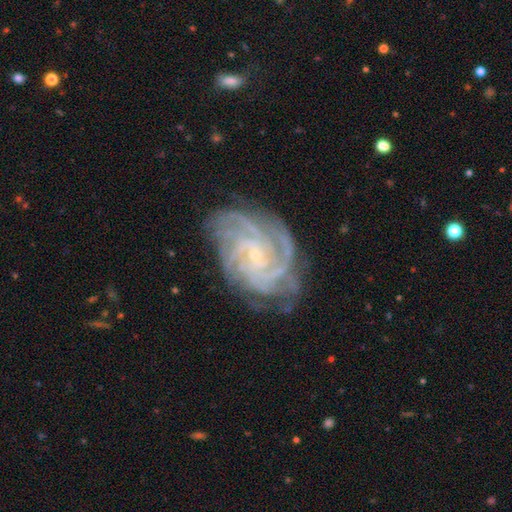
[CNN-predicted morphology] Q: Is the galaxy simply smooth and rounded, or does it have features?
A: featured or disk — 89%.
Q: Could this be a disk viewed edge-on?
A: no — 97%.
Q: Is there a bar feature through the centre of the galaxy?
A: no — 67%.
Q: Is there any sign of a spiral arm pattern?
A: yes — 98%.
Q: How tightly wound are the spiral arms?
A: tight — 70%.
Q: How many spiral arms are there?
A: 4 — 31%.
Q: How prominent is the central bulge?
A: small — 85%.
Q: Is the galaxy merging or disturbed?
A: none — 73%.